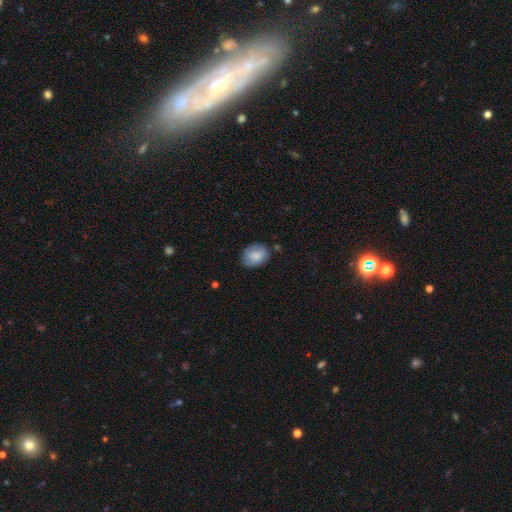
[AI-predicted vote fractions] smooth-or-featured: smooth: 83% | featured or disk: 11% | star or artifact: 7%
  how-rounded: in between: 65% | round: 34% | cigar-shaped: 1%
  merging: none: 76% | minor disturbance: 18% | major disturbance: 3% | merger: 2%